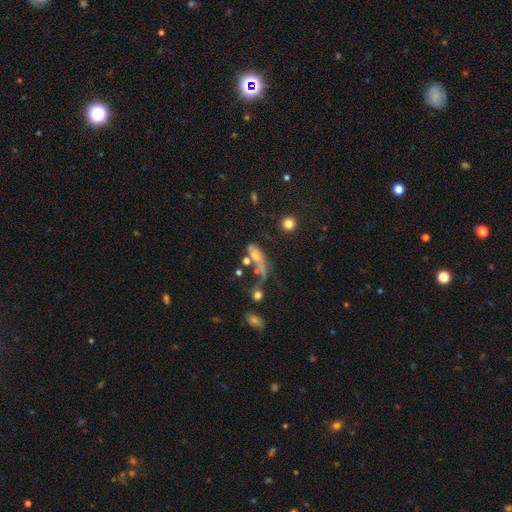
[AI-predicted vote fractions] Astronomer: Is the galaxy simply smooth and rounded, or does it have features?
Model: smooth — 47% (runner-up: featured or disk, 40%).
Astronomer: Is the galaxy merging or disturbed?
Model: major disturbance — 37% (runner-up: merger, 27%).